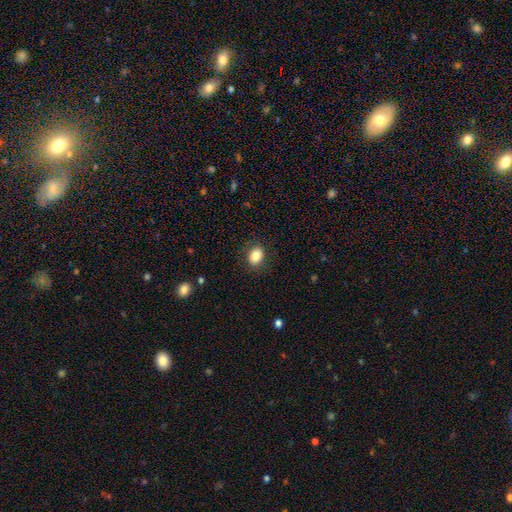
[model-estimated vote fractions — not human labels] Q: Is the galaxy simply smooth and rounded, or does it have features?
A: smooth — 84%.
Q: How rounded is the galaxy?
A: in between — 65%.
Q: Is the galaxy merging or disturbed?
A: none — 85%.